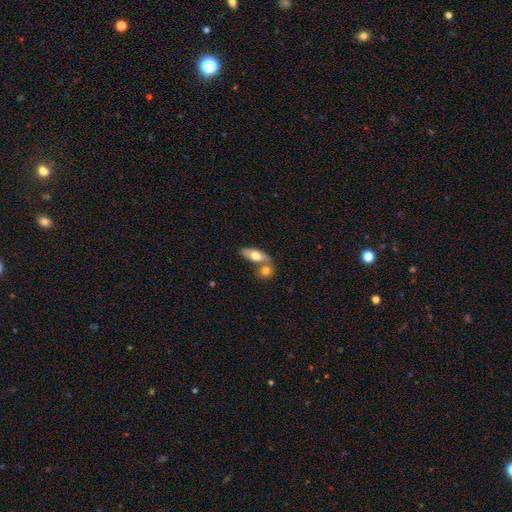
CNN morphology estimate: This appears to be a smooth galaxy with no disk features (68%) that is in between round and cigar-shaped (76%). Merging: merger (44%).